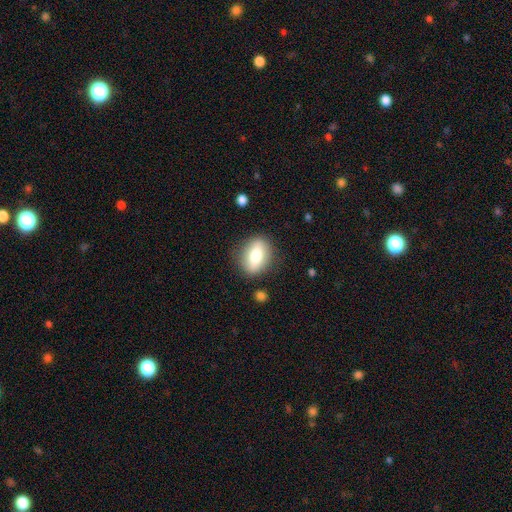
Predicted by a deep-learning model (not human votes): A smooth galaxy with no disk features (69%) that is in between round and cigar-shaped (71%). Merging: none (84%).